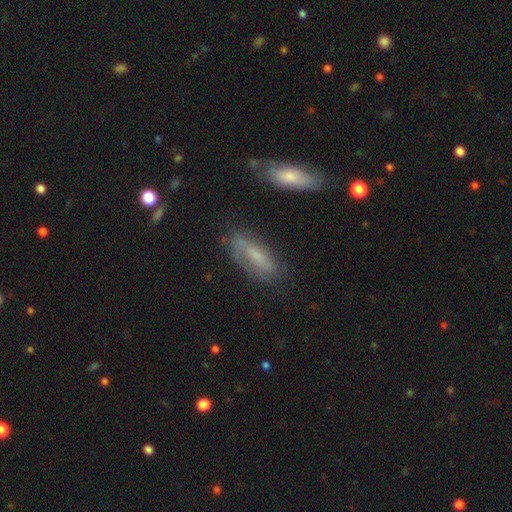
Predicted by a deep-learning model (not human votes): smooth-or-featured: smooth: 47% | featured or disk: 43% | star or artifact: 10%
  merging: none: 64% | minor disturbance: 23% | major disturbance: 9% | merger: 4%